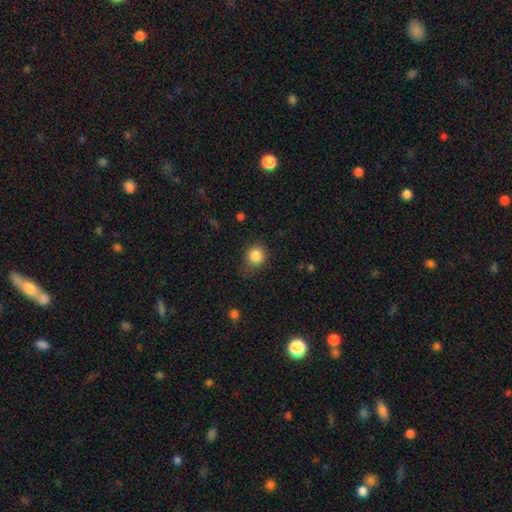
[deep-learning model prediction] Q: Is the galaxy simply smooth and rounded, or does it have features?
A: smooth — 85%.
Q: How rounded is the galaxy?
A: round — 83%.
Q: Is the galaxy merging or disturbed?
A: none — 72%.